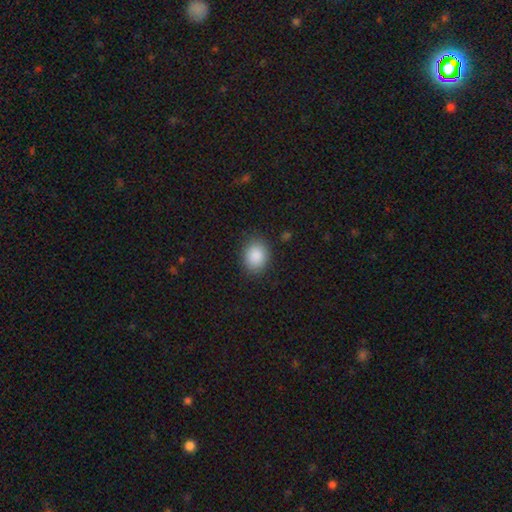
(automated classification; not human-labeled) This is clearly a smooth galaxy (88%). How rounded: possibly round (54%). Merging: clearly none (85%).